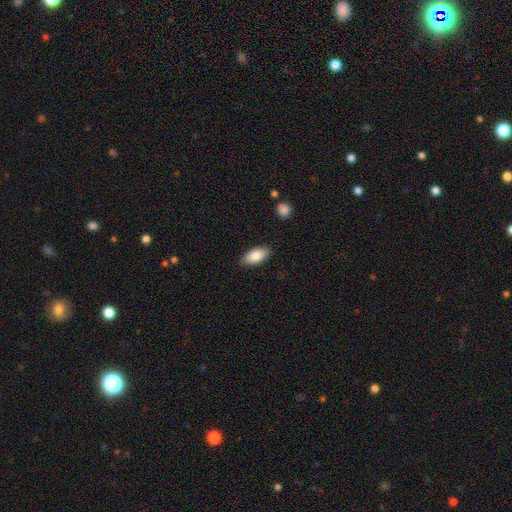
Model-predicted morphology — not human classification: Smooth or featured?
  - smooth: 83% *
  - featured or disk: 10%
  - star or artifact: 7%
How rounded?
  - in between: 92% *
  - cigar-shaped: 5%
  - round: 3%
Merging?
  - none: 87% *
  - minor disturbance: 10%
  - major disturbance: 2%
  - merger: 1%